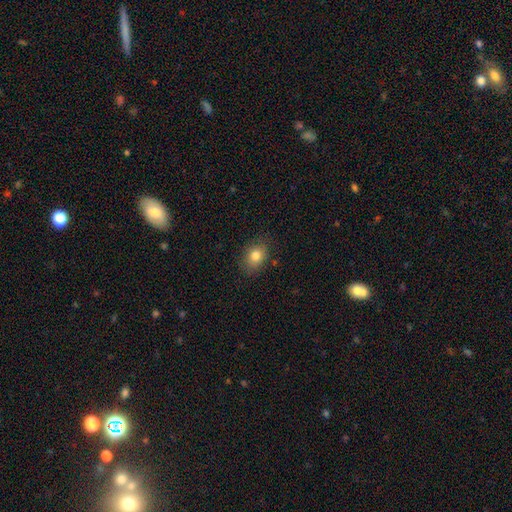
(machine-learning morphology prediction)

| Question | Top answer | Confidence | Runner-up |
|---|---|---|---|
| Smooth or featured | smooth | 81% | featured or disk (10%) |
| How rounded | in between | 65% | round (34%) |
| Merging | none | 82% | minor disturbance (13%) |